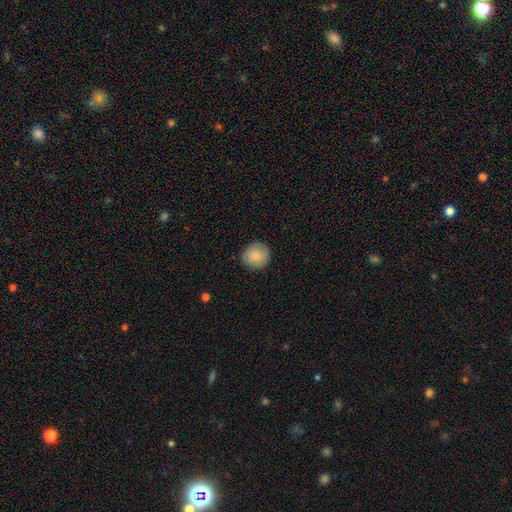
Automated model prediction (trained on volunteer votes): This appears to be a smooth galaxy with no disk features (82%) that is round (91%). Merging: none (85%).